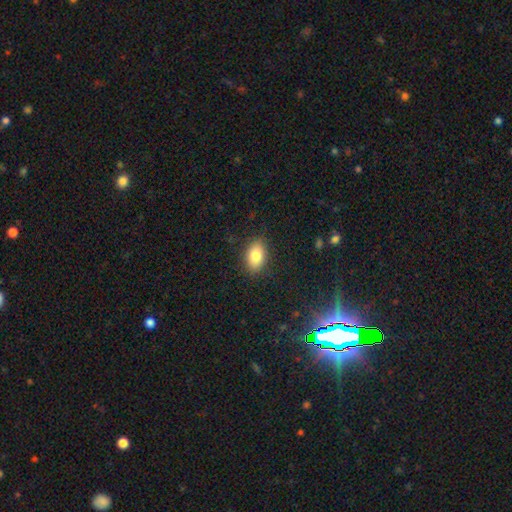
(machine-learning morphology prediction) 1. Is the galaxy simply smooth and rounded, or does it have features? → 84% smooth, 8% star or artifact, 8% featured or disk.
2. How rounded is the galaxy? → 88% in between, 10% round, 2% cigar-shaped.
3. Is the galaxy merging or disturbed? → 87% none, 10% minor disturbance, 3% major disturbance, 1% merger.